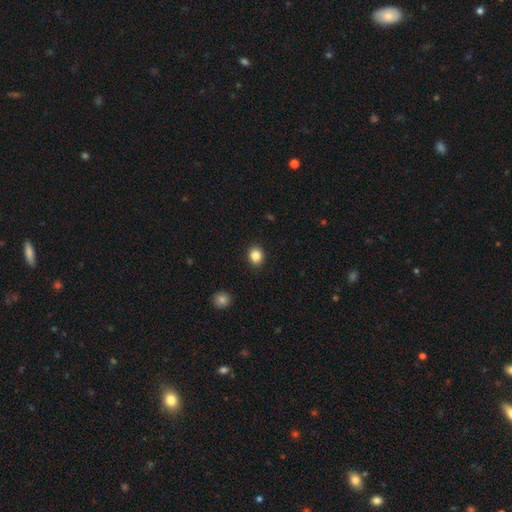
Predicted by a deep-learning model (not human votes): Overall: smooth (86%). How rounded: round (71%). Merging: none (91%).